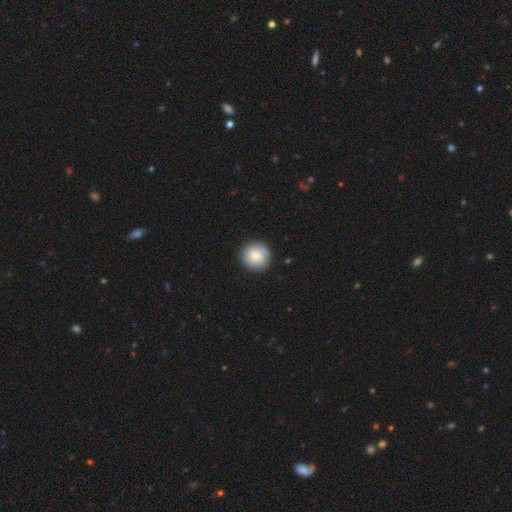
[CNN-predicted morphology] A smooth galaxy with no disk features (78%) that is round (92%). Merging: none (86%).